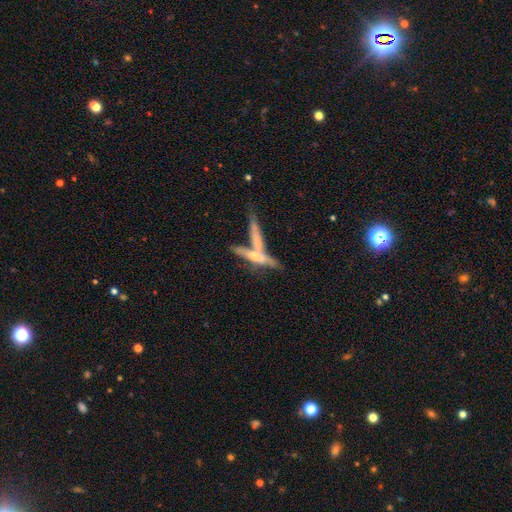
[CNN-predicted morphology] This appears to be a featured or disk galaxy (51%) viewed edge-on (84%). Merging: merger (44%).